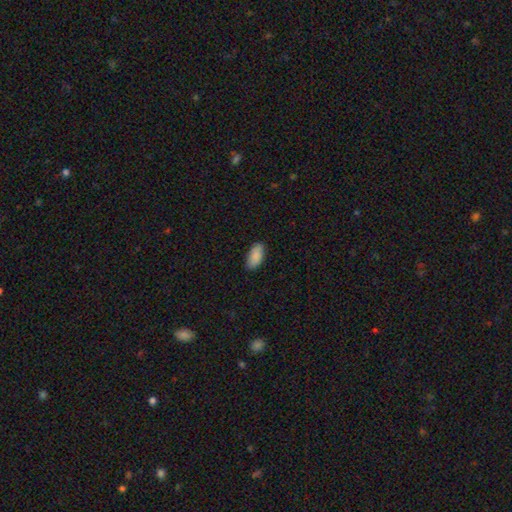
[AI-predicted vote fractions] smooth 89%, star or artifact 6%, featured or disk 5%. Down the decision tree: how rounded — in between (92%); merging — none (85%).